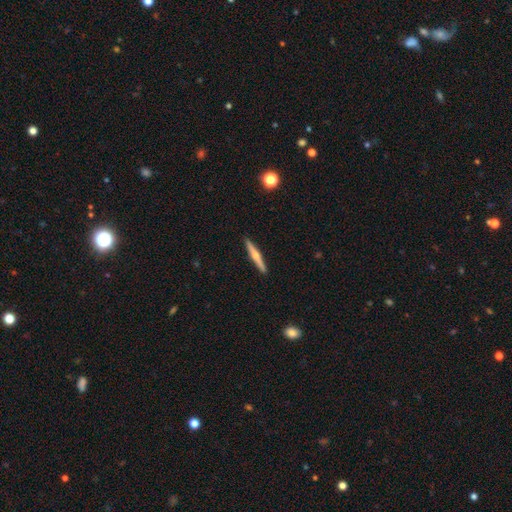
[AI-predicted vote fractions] Morphology: type=featured or disk (61%); edge-on=yes (98%); edge-on bulge=rounded (86%); merging=none (92%).